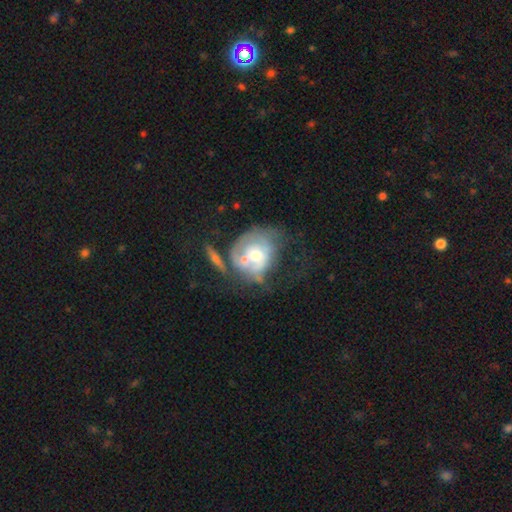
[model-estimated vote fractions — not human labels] Smooth or featured?
  - featured or disk: 61% *
  - smooth: 32%
  - star or artifact: 8%
Edge-on disk?
  - no: 96% *
  - yes: 4%
Bar?
  - no: 79% *
  - weak: 17%
  - strong: 4%
Spiral arms?
  - yes: 51% *
  - no: 49%
Bulge size?
  - moderate: 63% *
  - small: 24%
  - large: 9%
  - none: 2%
  - dominant: 1%
Merging?
  - merger: 31% *
  - major disturbance: 27%
  - none: 24%
  - minor disturbance: 17%